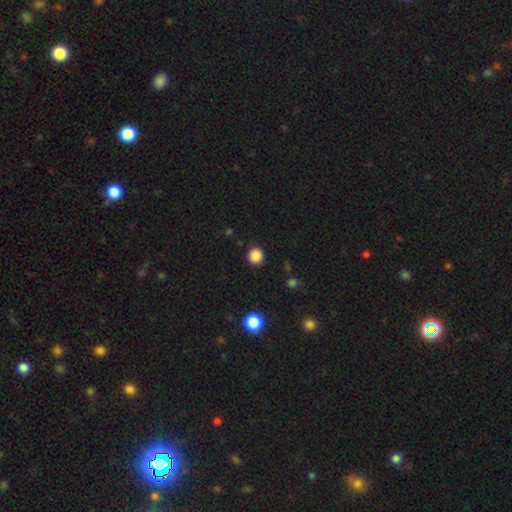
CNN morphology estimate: smooth-or-featured: smooth: 86% | star or artifact: 11% | featured or disk: 3%
  how-rounded: round: 94% | in between: 5% | cigar-shaped: 1%
  merging: none: 91% | minor disturbance: 6% | major disturbance: 2% | merger: 1%